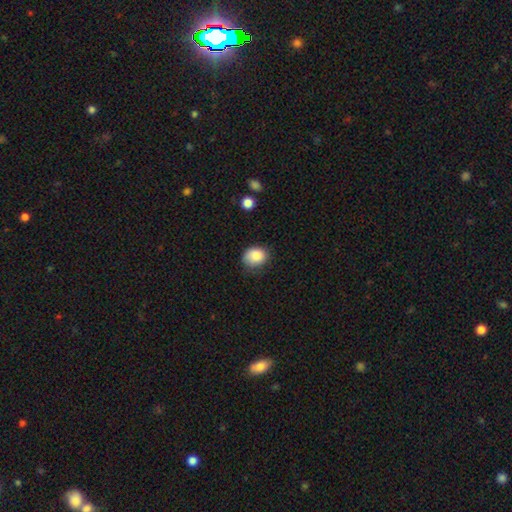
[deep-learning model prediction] smooth 87%, star or artifact 8%, featured or disk 5%. Down the decision tree: how rounded — round (53%); merging — none (71%).